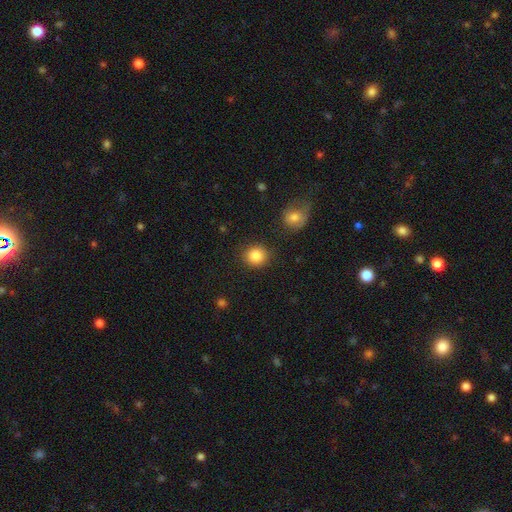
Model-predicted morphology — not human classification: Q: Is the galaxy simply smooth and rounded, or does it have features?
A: smooth — 86%.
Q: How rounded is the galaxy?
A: round — 87%.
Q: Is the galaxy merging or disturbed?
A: none — 87%.